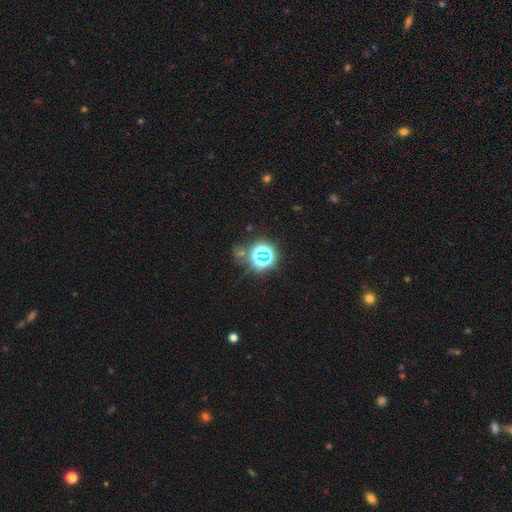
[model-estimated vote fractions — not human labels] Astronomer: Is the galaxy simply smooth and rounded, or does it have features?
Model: star or artifact — 71%.